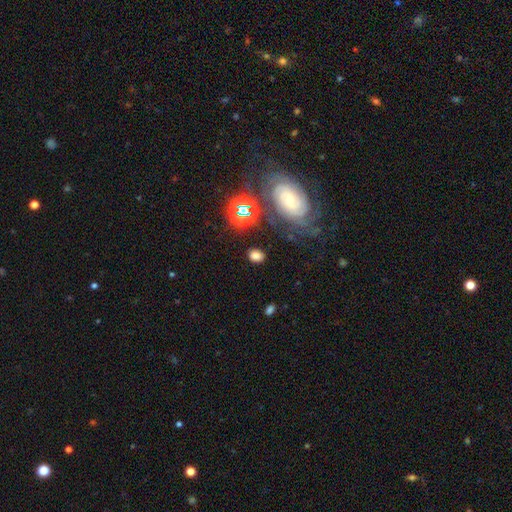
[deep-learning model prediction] This is likely a smooth galaxy (63%). How rounded: likely in between (74%). Merging: clearly none (80%).